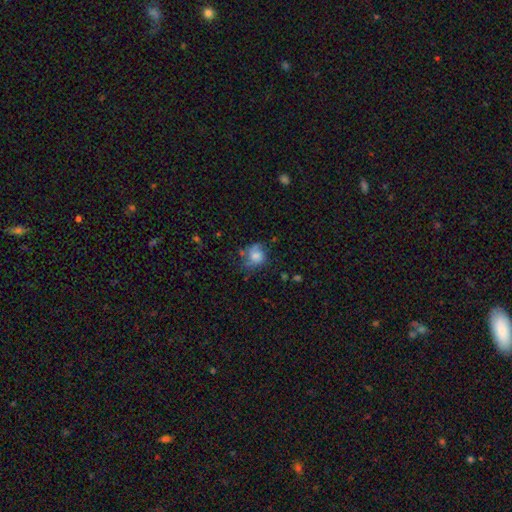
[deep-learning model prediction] Smooth or featured?
  - smooth: 57% *
  - featured or disk: 33%
  - star or artifact: 10%
How rounded?
  - round: 65% *
  - in between: 34%
  - cigar-shaped: 1%
Merging?
  - none: 47% *
  - minor disturbance: 28%
  - major disturbance: 20%
  - merger: 4%